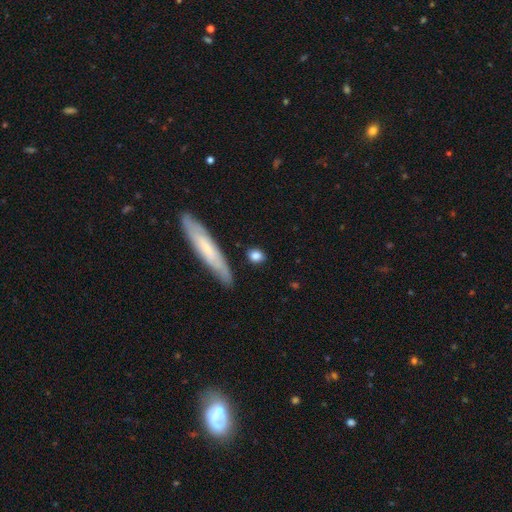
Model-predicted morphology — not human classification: A smooth galaxy with no disk features (81%) that is in between round and cigar-shaped (45%). Merging: none (80%).